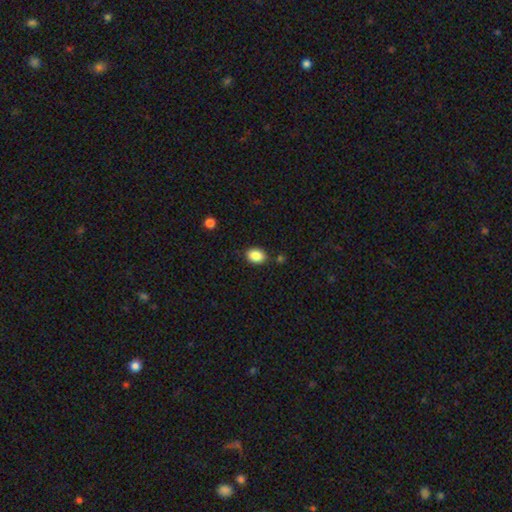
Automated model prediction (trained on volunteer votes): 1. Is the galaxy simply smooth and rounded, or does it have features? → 88% smooth, 8% star or artifact, 4% featured or disk.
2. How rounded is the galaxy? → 76% in between, 23% round, 1% cigar-shaped.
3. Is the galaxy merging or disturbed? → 83% none, 11% minor disturbance, 4% merger, 3% major disturbance.